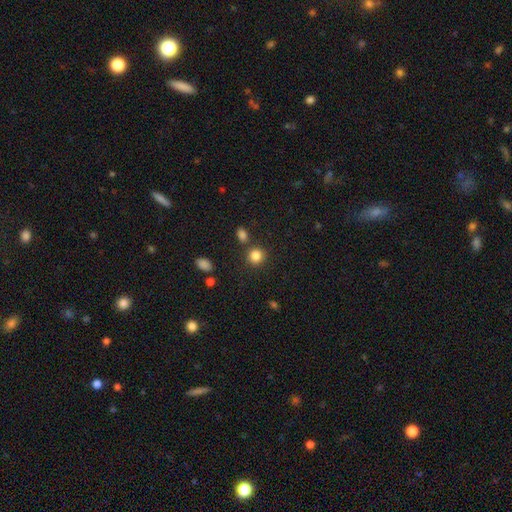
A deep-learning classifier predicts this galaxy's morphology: The model was most divided on "merging": none: 79%, minor disturbance: 9%, merger: 9%, major disturbance: 3%. More confident: how rounded — round (84%); smooth or featured — smooth (84%).